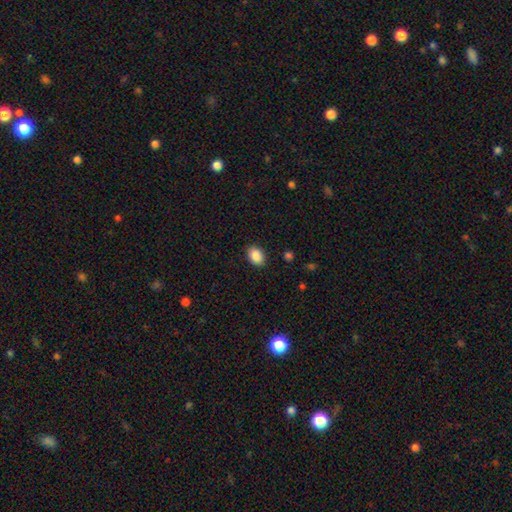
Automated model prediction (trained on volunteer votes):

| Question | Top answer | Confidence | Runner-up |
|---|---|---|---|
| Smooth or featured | smooth | 89% | star or artifact (8%) |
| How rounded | in between | 79% | round (20%) |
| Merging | none | 88% | minor disturbance (8%) |